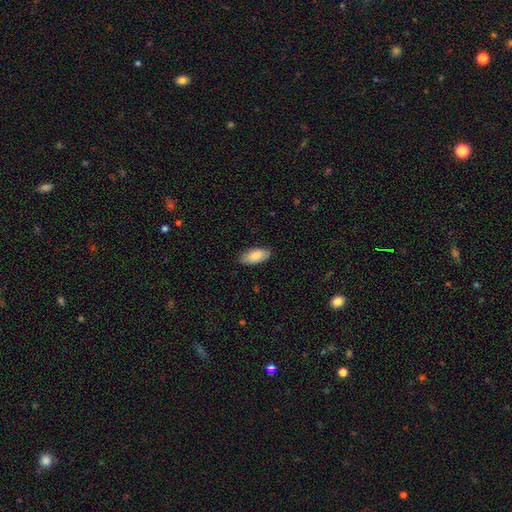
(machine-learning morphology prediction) This is clearly a smooth galaxy (84%). How rounded: clearly in between (90%). Merging: clearly none (85%).